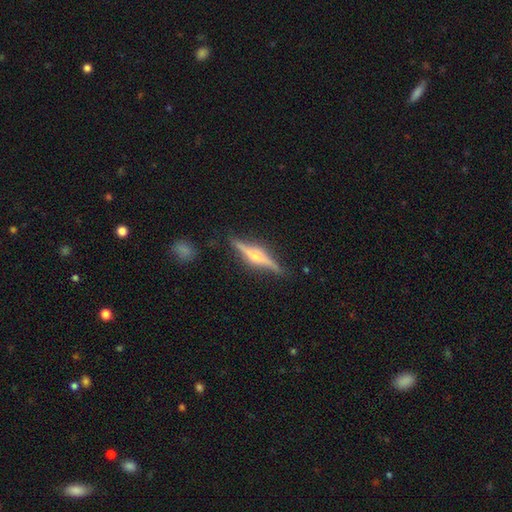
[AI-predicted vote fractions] A featured or disk galaxy (79%) viewed edge-on (96%) with a rounded central bulge (88%). Merging: none (85%).